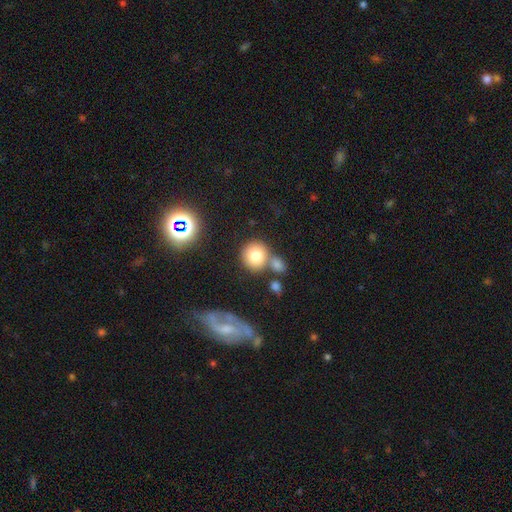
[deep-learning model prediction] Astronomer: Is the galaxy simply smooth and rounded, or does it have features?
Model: smooth — 79%.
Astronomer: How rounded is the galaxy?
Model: round — 88%.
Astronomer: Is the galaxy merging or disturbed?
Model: none — 58%.